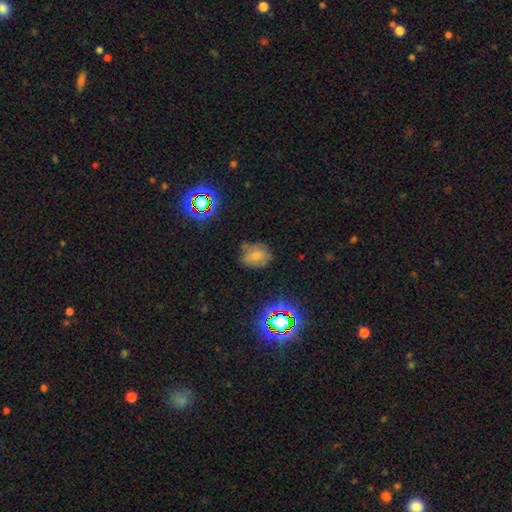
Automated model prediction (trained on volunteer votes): Smooth or featured? Predicted: smooth (p=0.59). How rounded? Predicted: round (p=0.51). Merging? Predicted: none (p=0.67).